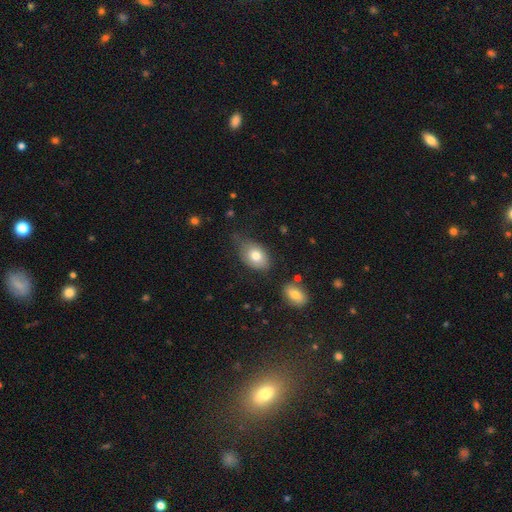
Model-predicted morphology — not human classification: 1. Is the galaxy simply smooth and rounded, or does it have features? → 77% smooth, 15% featured or disk, 8% star or artifact.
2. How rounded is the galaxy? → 79% in between, 20% round, 1% cigar-shaped.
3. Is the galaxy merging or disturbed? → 57% none, 30% minor disturbance, 9% major disturbance, 4% merger.